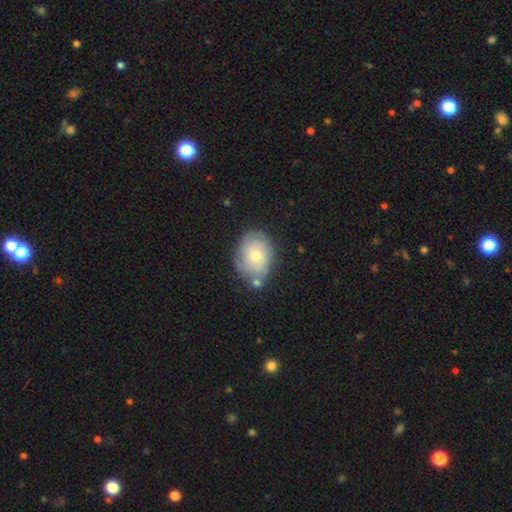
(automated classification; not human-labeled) Morphology: type=featured or disk (46%, tied with smooth); merging=none (62%).